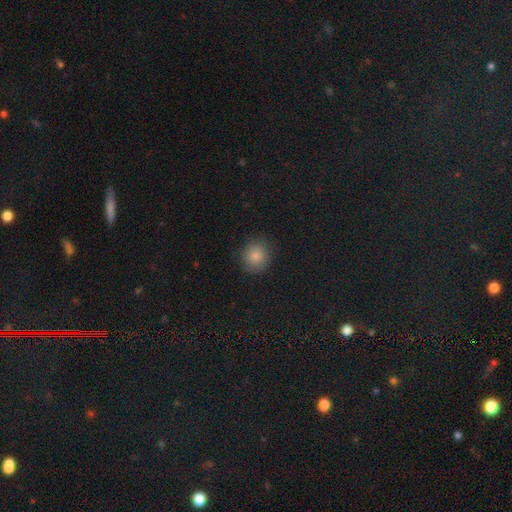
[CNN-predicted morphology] smooth 85%, star or artifact 10%, featured or disk 5%. Down the decision tree: how rounded — round (88%); merging — none (85%).